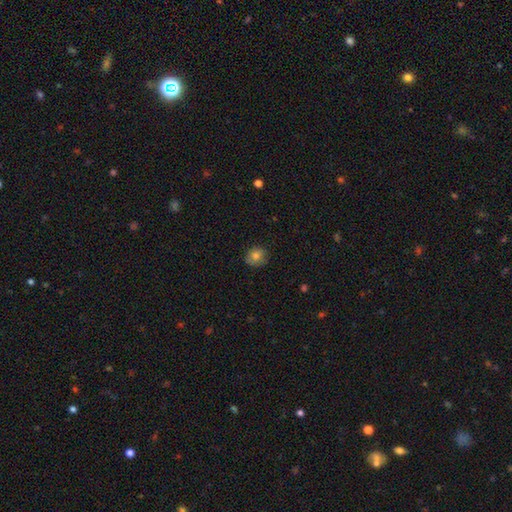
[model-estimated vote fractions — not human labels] Smooth or featured? smooth (79%)
How rounded? round (76%)
Merging? none (80%)